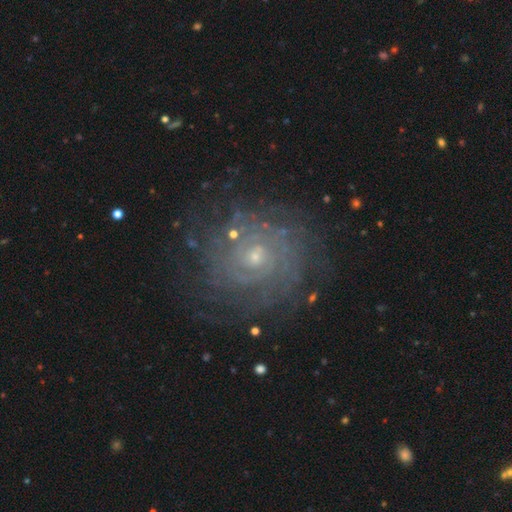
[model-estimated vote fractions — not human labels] Smooth or featured? Predicted: featured or disk (p=0.79). Edge-on disk? Predicted: no (p=0.97). Bar? Predicted: no (p=0.75). Spiral arms? Predicted: yes (p=0.92). Spiral winding? Predicted: tight (p=0.78). Spiral arm count? Predicted: can't tell (p=0.46). Bulge size? Predicted: small (p=0.66). Merging? Predicted: none (p=0.80).